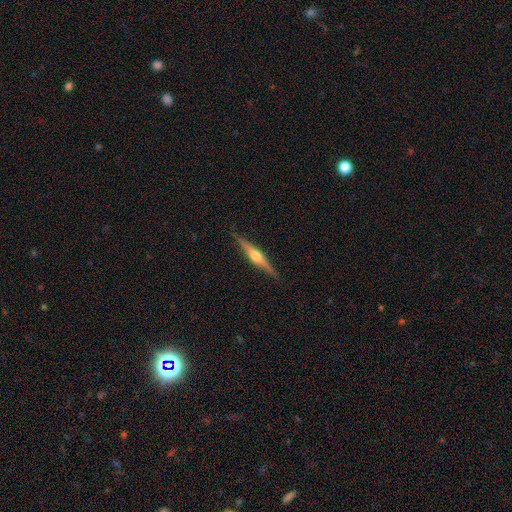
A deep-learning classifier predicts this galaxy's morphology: Smooth or featured: featured or disk — 77% (smooth — 17%)
Edge-on disk: yes — 98% (no — 2%)
Edge-on bulge: rounded — 93% (boxy — 4%)
Merging: none — 89% (minor disturbance — 8%)